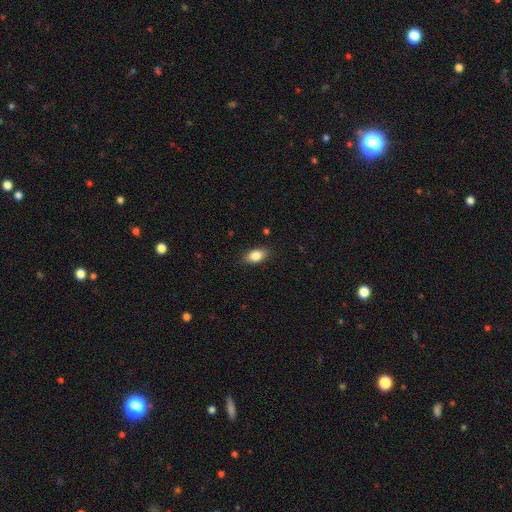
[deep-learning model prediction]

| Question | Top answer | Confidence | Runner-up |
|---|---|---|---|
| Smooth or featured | smooth | 83% | featured or disk (10%) |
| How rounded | in between | 88% | round (8%) |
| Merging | none | 86% | minor disturbance (10%) |